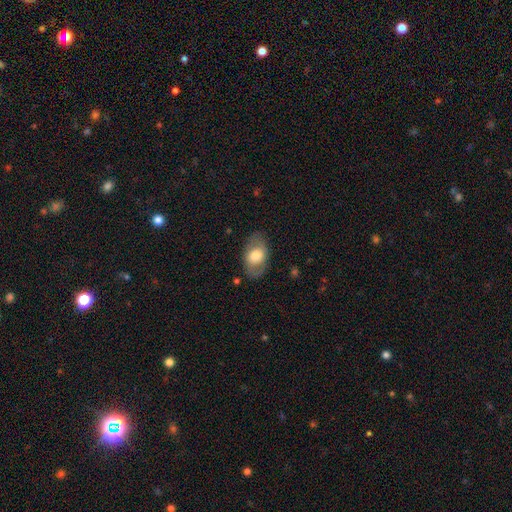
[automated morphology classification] smooth 61%, featured or disk 33%, star or artifact 6%. Down the decision tree: how rounded — in between (88%); merging — none (79%).